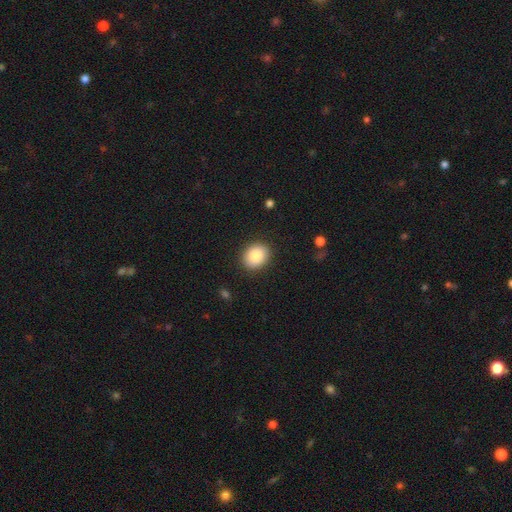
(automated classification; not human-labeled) smooth-or-featured: smooth: 86% | star or artifact: 8% | featured or disk: 6%
  how-rounded: round: 54% | in between: 45% | cigar-shaped: 1%
  merging: none: 89% | minor disturbance: 8% | major disturbance: 2% | merger: 1%